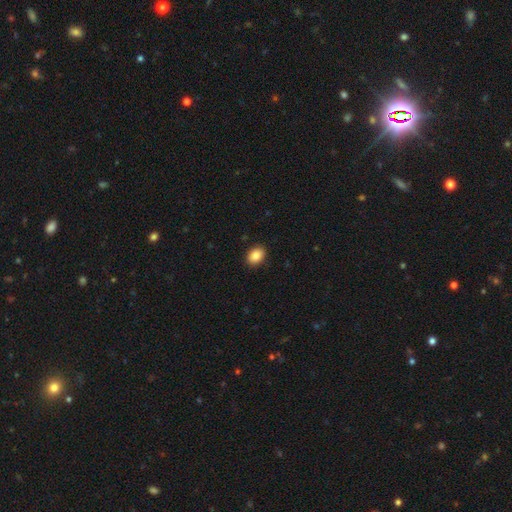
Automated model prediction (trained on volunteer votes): Smooth or featured: smooth — 87% (star or artifact — 8%)
How rounded: in between — 72% (round — 27%)
Merging: none — 89% (minor disturbance — 8%)